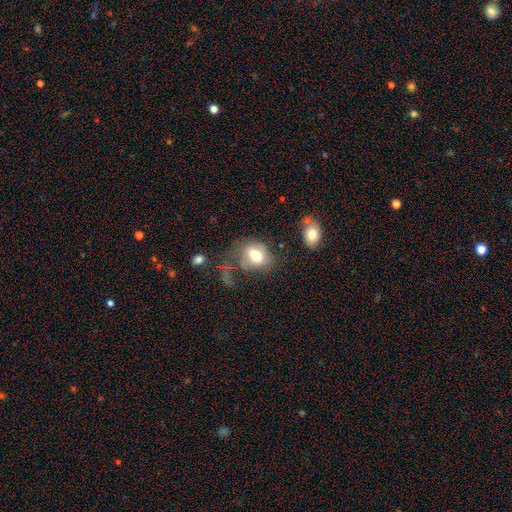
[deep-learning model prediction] The model was most divided on "merging": none: 45%, minor disturbance: 24%, major disturbance: 23%, merger: 8%. More confident: smooth or featured — smooth (71%); how rounded — in between (63%).